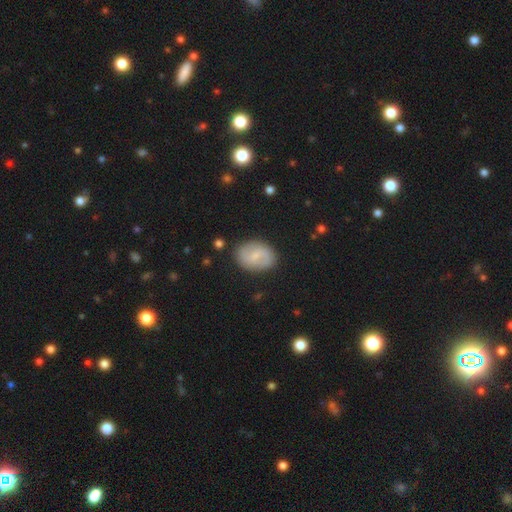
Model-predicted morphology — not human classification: smooth-or-featured: featured or disk: 59% | smooth: 35% | star or artifact: 6%
  disk-edge-on: no: 97% | yes: 3%
    bar: weak: 57% | no: 29% | strong: 14%
    has-spiral-arms: yes: 86% | no: 14%
    bulge-size: small: 59% | moderate: 25% | none: 13% | large: 2% | dominant: 1%
  merging: none: 85% | minor disturbance: 11% | major disturbance: 3% | merger: 1%